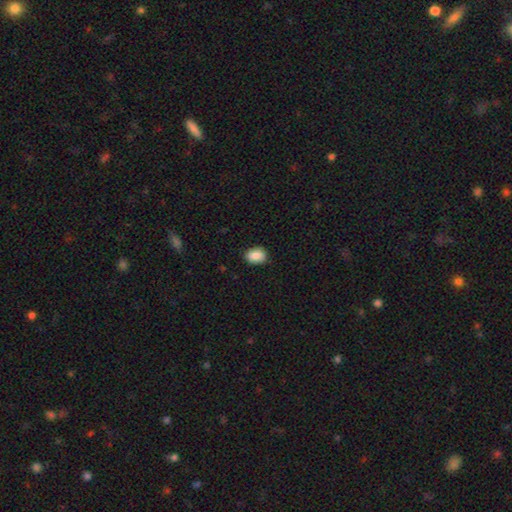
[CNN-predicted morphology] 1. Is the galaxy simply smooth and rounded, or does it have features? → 88% smooth, 8% star or artifact, 3% featured or disk.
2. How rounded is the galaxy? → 67% in between, 31% round, 1% cigar-shaped.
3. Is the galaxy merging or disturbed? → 83% none, 13% minor disturbance, 2% major disturbance, 1% merger.